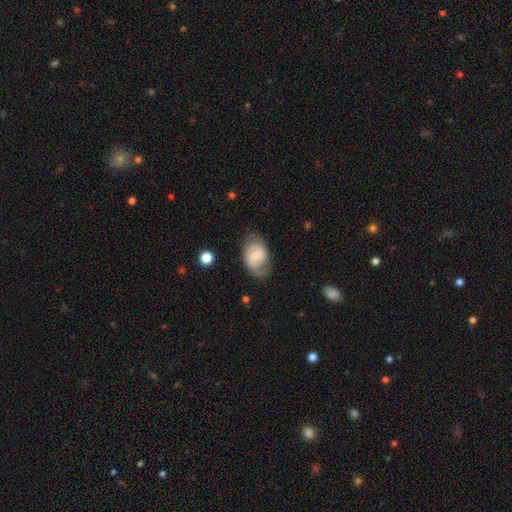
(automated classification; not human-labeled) smooth_or_featured: featured or disk (p=0.51) [alt: smooth p=0.42]
disk_edge_on: no (p=0.96) [alt: yes p=0.04]
merging: none (p=0.68) [alt: minor disturbance p=0.22]